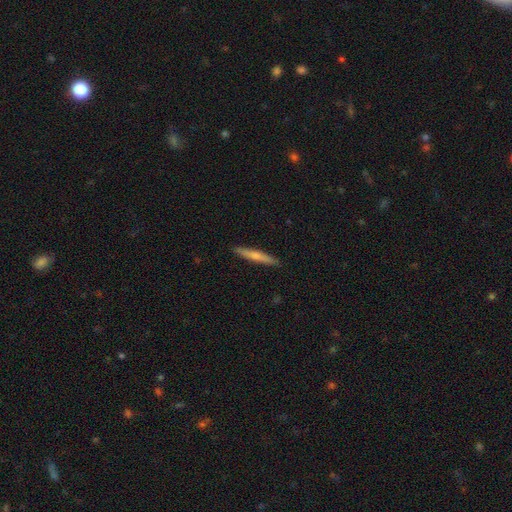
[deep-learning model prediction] Smooth or featured? smooth (56%)
How rounded? cigar-shaped (95%)
Merging? none (91%)